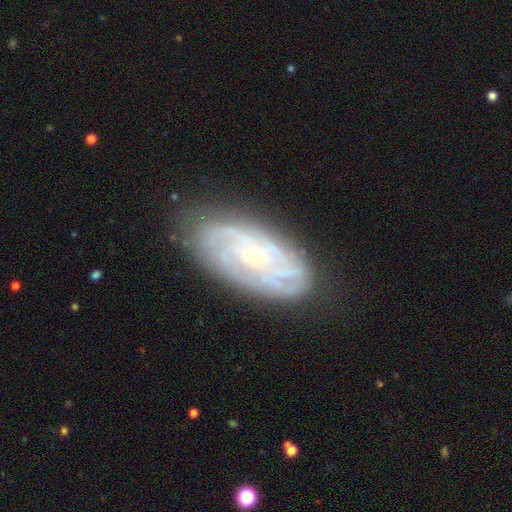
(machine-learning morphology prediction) This is clearly a featured or disk galaxy (81%). It is clearly not viewed edge-on (94%). Bar: likely no (74%). Spiral arm pattern: clearly yes (93%). Spiral arm count: marginally can't tell (39%). Spiral winding: likely tight (69%). Central bulge: clearly small (80%). Merging: likely none (78%).